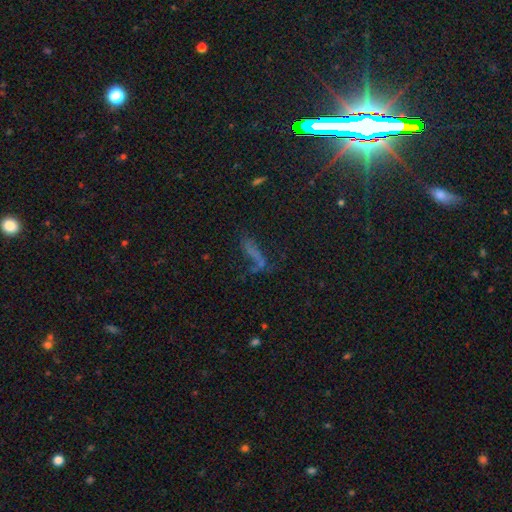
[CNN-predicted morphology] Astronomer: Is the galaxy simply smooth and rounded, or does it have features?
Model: smooth — 41% (runner-up: star or artifact, 32%).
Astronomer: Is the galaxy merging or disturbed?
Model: none — 44% (runner-up: major disturbance, 27%).